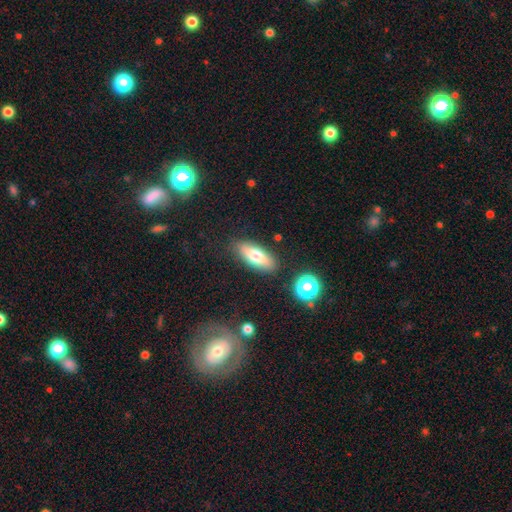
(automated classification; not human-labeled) smooth 73%, featured or disk 20%, star or artifact 7%. Down the decision tree: how rounded — in between (74%); merging — none (83%).